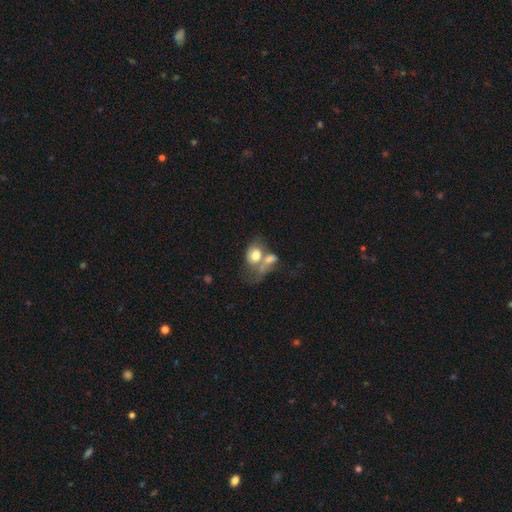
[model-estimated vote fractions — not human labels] Morphology: type=smooth (67%); roundness=in between (62%); merging=merger (65%).